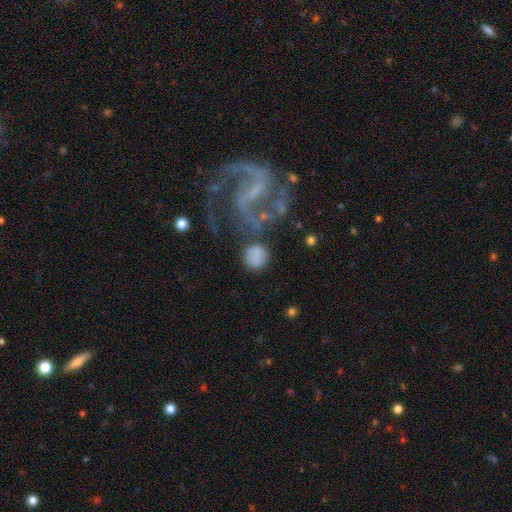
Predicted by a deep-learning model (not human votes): Smooth or featured? smooth (71%)
How rounded? round (88%)
Merging? none (67%)